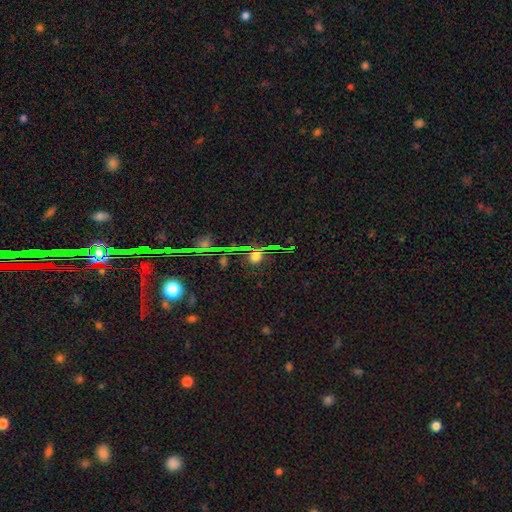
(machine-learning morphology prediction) This is possibly a star or artifact rather than a galaxy (54%).